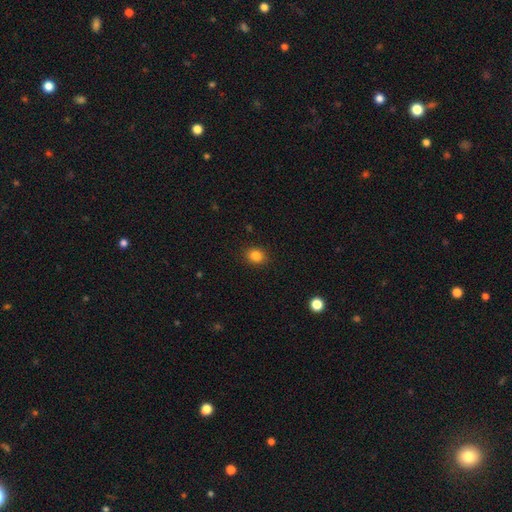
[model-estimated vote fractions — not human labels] This is clearly a smooth galaxy (84%). How rounded: likely round (60%). Merging: clearly none (89%).